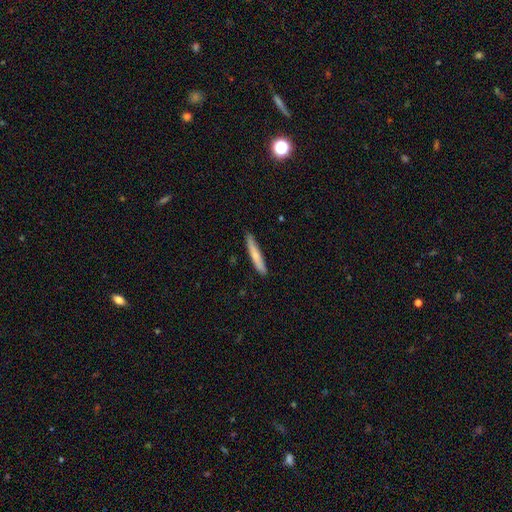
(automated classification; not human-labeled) A smooth galaxy with no disk features (71%) that is cigar-shaped (94%). Merging: none (87%).